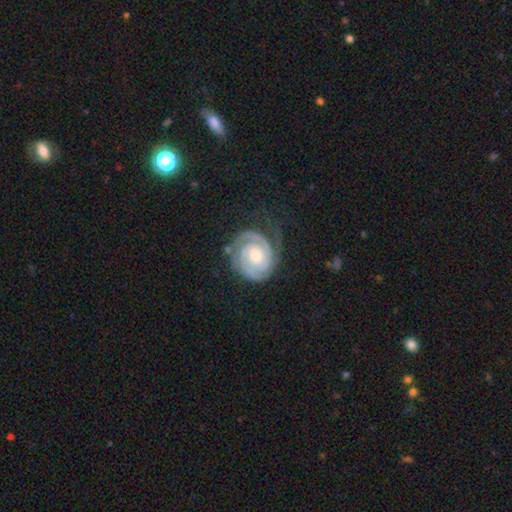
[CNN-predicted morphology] A featured or disk galaxy (90%) with no bar (62%), 2 (71%) tight (76%) spiral arms (98%) and a moderate central bulge (58%).

Vote fractions:
- Smooth or featured? featured or disk: 90% / smooth: 6% / star or artifact: 4%
- Edge-on disk? no: 98% / yes: 2%
- Bar? no: 62% / weak: 30% / strong: 8%
- Spiral arms? yes: 98% / no: 2%
- Spiral winding? tight: 76% / medium: 20% / loose: 3%
- Spiral arm count? 2: 71% / 3: 11% / can't tell: 8% / 1: 5% / 4: 2% / more than 4: 2%
- Bulge size? moderate: 58% / small: 34% / large: 5% / none: 2% / dominant: 1%
- Merging? none: 69% / minor disturbance: 19% / major disturbance: 10% / merger: 2%